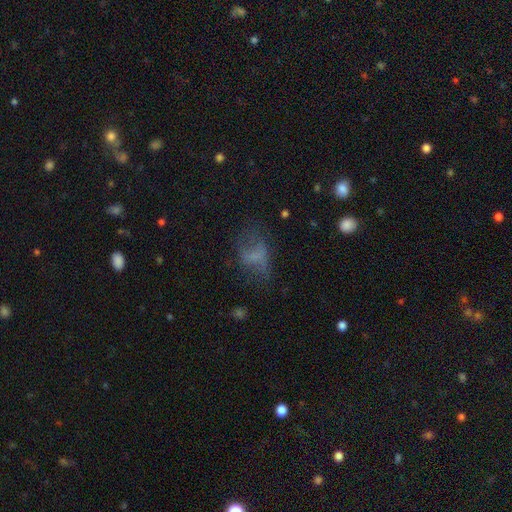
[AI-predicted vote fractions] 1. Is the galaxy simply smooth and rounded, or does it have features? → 48% smooth, 35% featured or disk, 17% star or artifact.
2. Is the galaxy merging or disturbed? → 39% none, 34% major disturbance, 23% minor disturbance, 3% merger.